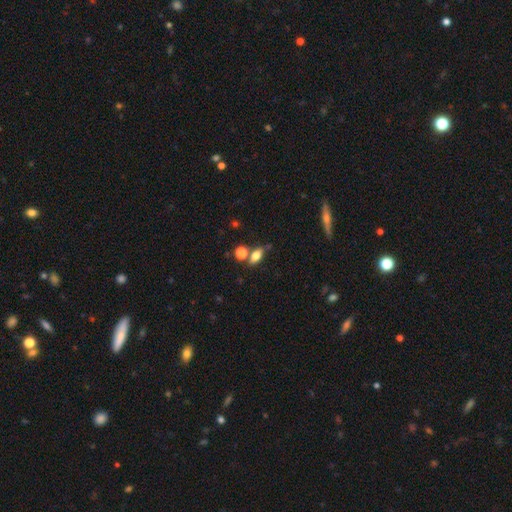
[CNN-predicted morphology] Smooth or featured? Predicted: smooth (p=0.70). How rounded? Predicted: in between (p=0.76). Merging? Predicted: none (p=0.64).